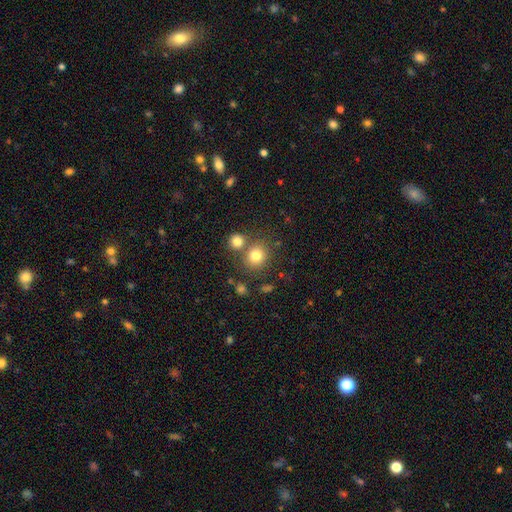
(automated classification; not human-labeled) Morphology: type=smooth (79%); roundness=round (85%); merging=none (69%).